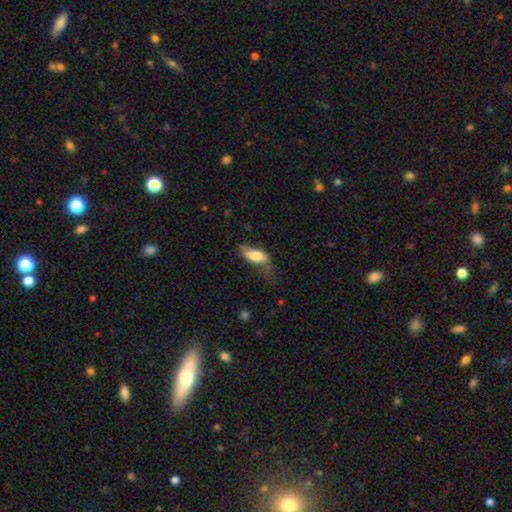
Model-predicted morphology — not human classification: Smooth or featured? Predicted: smooth (p=0.62). How rounded? Predicted: in between (p=0.78). Merging? Predicted: none (p=0.36).